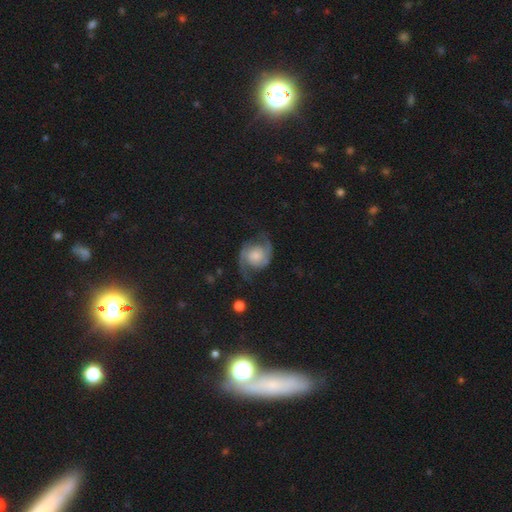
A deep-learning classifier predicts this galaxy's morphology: Smooth or featured?
  - featured or disk: 88% *
  - smooth: 7%
  - star or artifact: 5%
Edge-on disk?
  - no: 98% *
  - yes: 2%
Bar?
  - no: 71% *
  - weak: 24%
  - strong: 5%
Spiral arms?
  - yes: 98% *
  - no: 2%
Spiral winding?
  - medium: 50% *
  - loose: 25%
  - tight: 24%
Spiral arm count?
  - 2: 94% *
  - can't tell: 2%
  - 1: 1%
  - 3: 1%
  - 4: 1%
  - more than 4: 1%
Bulge size?
  - small: 37% *
  - moderate: 35%
  - large: 14%
  - none: 11%
  - dominant: 3%
Merging?
  - none: 74% *
  - minor disturbance: 16%
  - major disturbance: 8%
  - merger: 2%